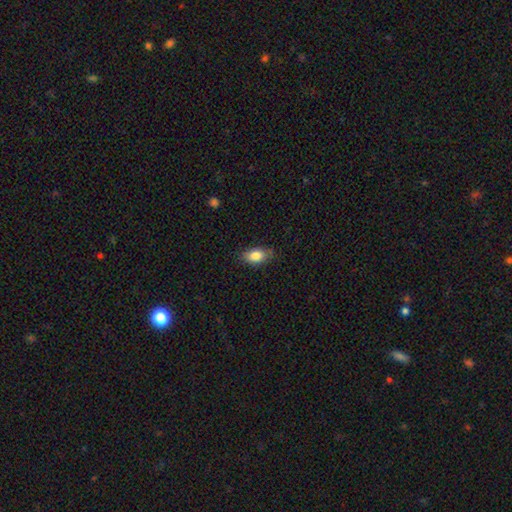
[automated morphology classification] type=smooth (83%); roundness=in between (88%); merging=none (82%).